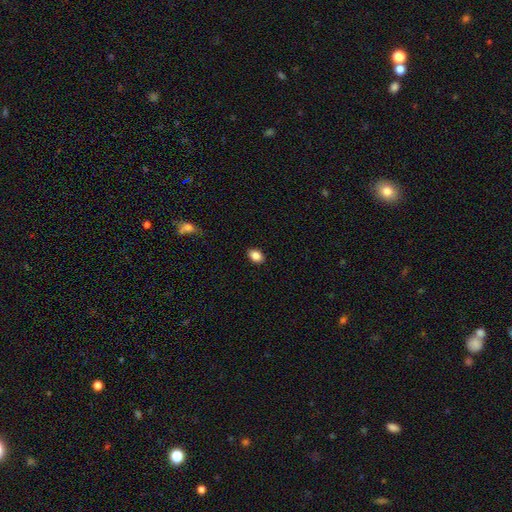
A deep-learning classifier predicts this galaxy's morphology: smooth 86%, star or artifact 9%, featured or disk 5%. Down the decision tree: how rounded — in between (78%); merging — none (89%).